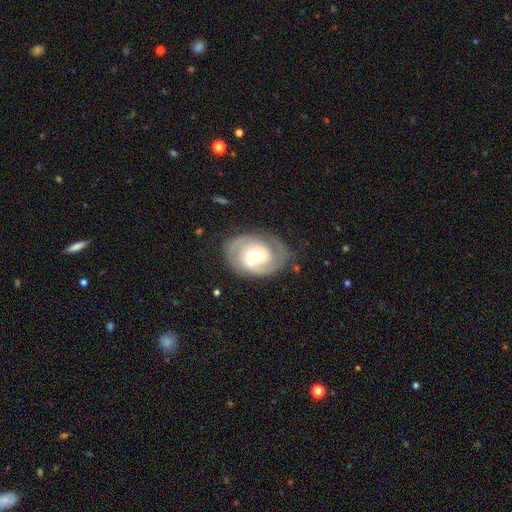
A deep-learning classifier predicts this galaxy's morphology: A featured or disk galaxy (85%) with no bar (49%), 2 (78%) tight (53%) spiral arms (95%) and a moderate central bulge (59%). Merging: none (76%).